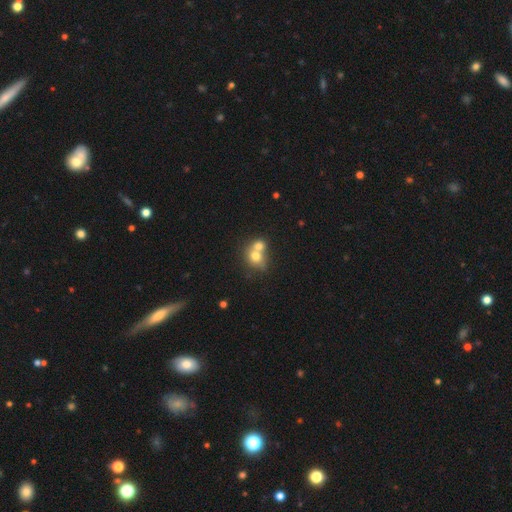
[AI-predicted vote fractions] A smooth galaxy with no disk features (70%) that is round (68%). Merging: merger (65%).